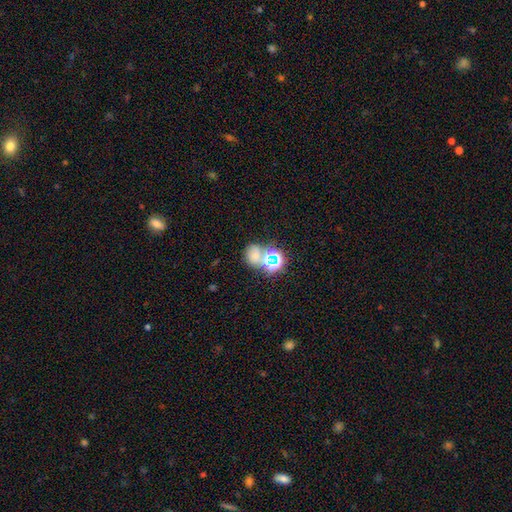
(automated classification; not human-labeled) Smooth or featured: smooth — 52% (star or artifact — 36%)
How rounded: round — 58% (in between — 41%)
Merging: none — 43% (merger — 38%)